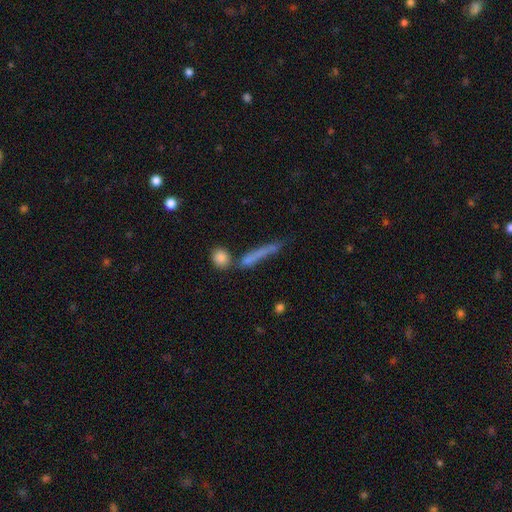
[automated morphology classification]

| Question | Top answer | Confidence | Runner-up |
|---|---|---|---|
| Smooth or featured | smooth | 58% | featured or disk (29%) |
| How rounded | cigar-shaped | 83% | in between (10%) |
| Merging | none | 56% | merger (19%) |